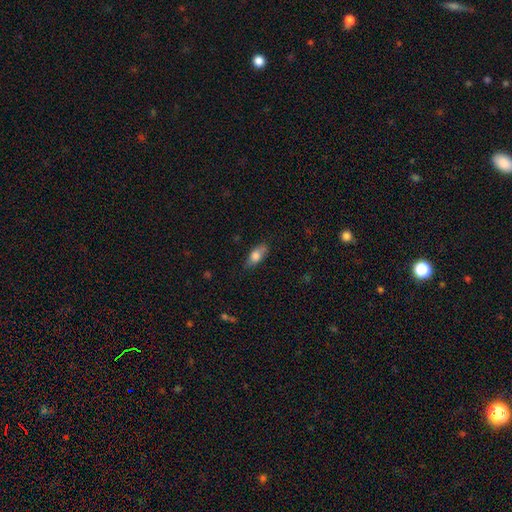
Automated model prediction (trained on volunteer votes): A smooth galaxy with no disk features (75%) that is in between round and cigar-shaped (78%).

Vote fractions:
- Smooth or featured? smooth: 75% / featured or disk: 18% / star or artifact: 7%
- How rounded? in between: 78% / cigar-shaped: 18% / round: 4%
- Merging? none: 78% / minor disturbance: 17% / major disturbance: 4% / merger: 2%